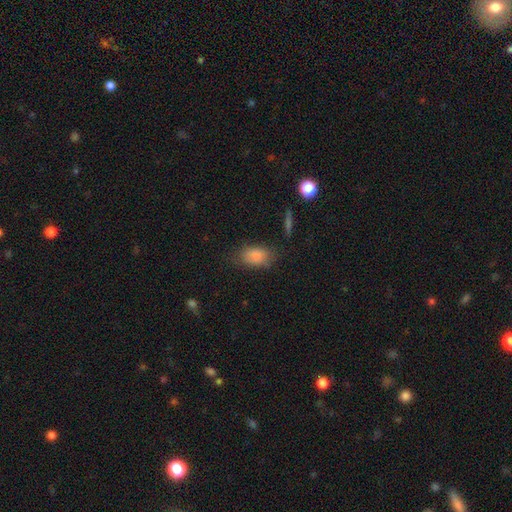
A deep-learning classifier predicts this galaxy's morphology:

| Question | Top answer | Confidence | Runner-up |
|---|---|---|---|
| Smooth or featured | smooth | 84% | star or artifact (9%) |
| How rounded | in between | 87% | round (10%) |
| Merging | none | 69% | minor disturbance (22%) |